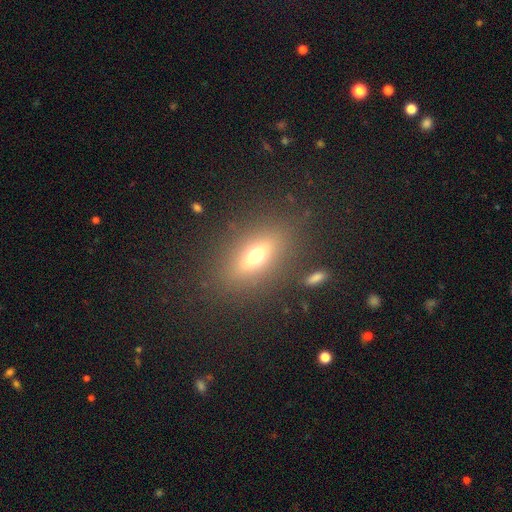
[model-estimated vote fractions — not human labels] This is possibly a smooth galaxy (59%). How rounded: likely in between (68%). Merging: clearly none (82%).